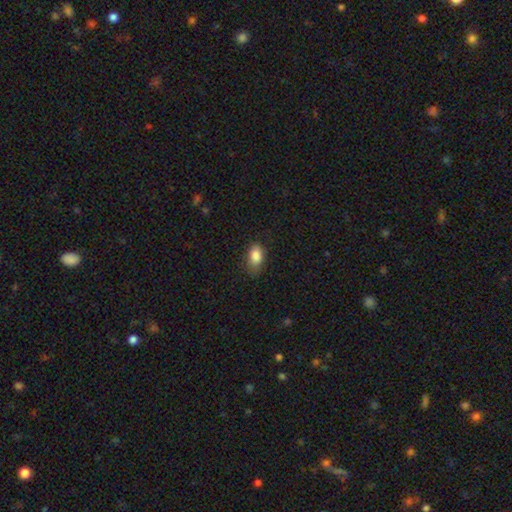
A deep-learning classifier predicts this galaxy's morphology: A smooth galaxy with no disk features (86%) that is in between round and cigar-shaped (89%).

Vote fractions:
- Smooth or featured? smooth: 86% / star or artifact: 8% / featured or disk: 6%
- How rounded? in between: 89% / round: 9% / cigar-shaped: 2%
- Merging? none: 68% / minor disturbance: 25% / major disturbance: 6% / merger: 1%